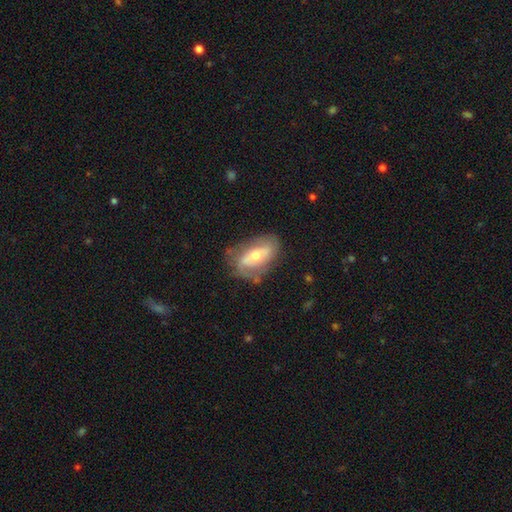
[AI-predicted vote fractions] Smooth or featured? featured or disk (61%)
Edge-on disk? no (88%)
Bar? no (40%)
Spiral arms? yes (64%)
Bulge size? moderate (58%)
Merging? none (64%)